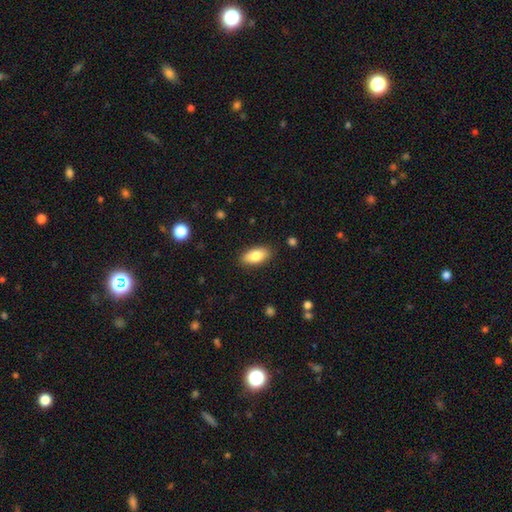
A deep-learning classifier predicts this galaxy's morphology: Smooth or featured? Predicted: smooth (p=0.81). How rounded? Predicted: in between (p=0.90). Merging? Predicted: none (p=0.87).